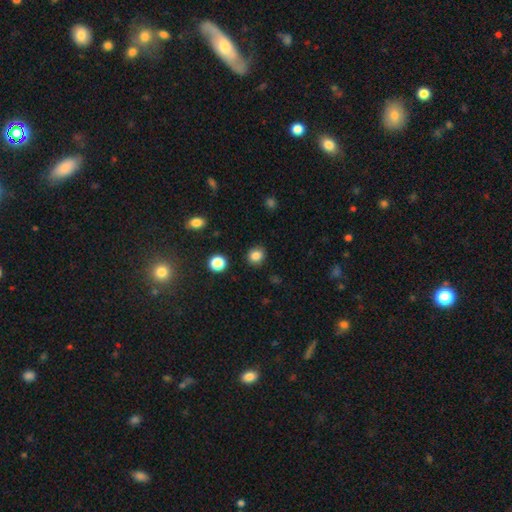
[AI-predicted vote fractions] A smooth galaxy with no disk features (84%) that is round (78%). Merging: none (88%).